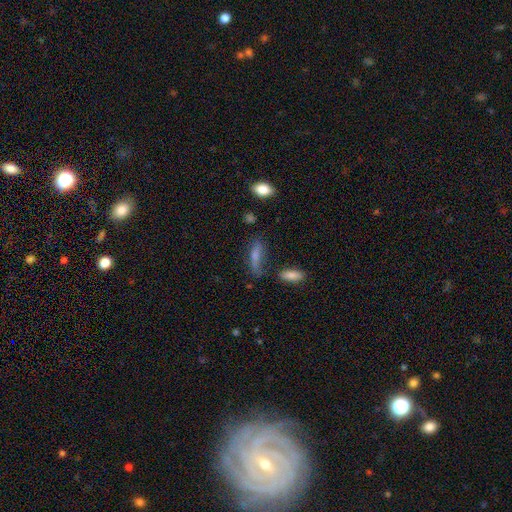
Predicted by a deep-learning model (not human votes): Morphology: type=smooth (68%); roundness=cigar-shaped (60%); merging=none (52%).